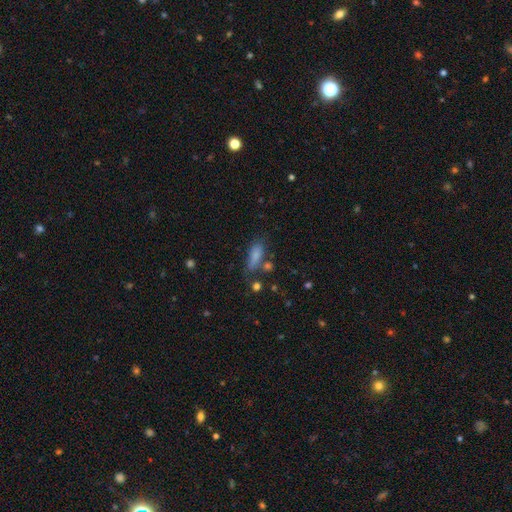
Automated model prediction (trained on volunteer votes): Smooth or featured: smooth — 79% (featured or disk — 10%)
How rounded: in between — 61% (cigar-shaped — 36%)
Merging: none — 56% (minor disturbance — 24%)